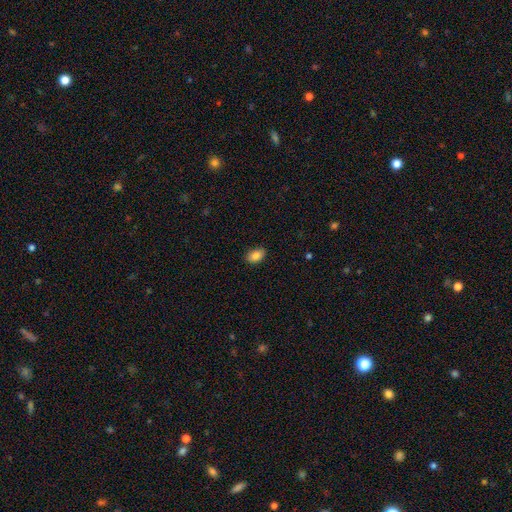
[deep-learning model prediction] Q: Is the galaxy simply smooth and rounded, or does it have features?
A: smooth — 85%.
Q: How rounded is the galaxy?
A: in between — 89%.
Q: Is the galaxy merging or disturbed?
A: none — 86%.